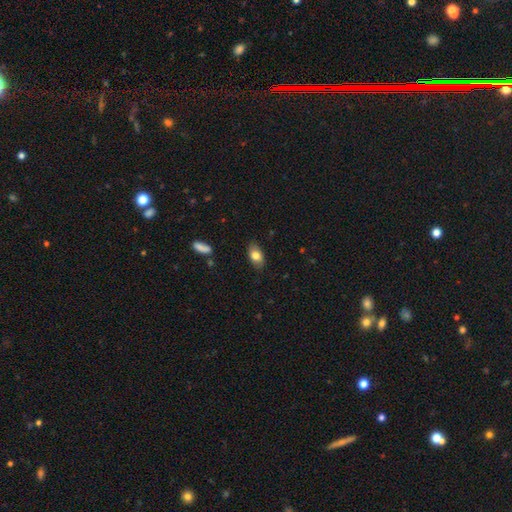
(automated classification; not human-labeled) Morphology: type=smooth (79%); roundness=in between (91%); merging=none (84%).